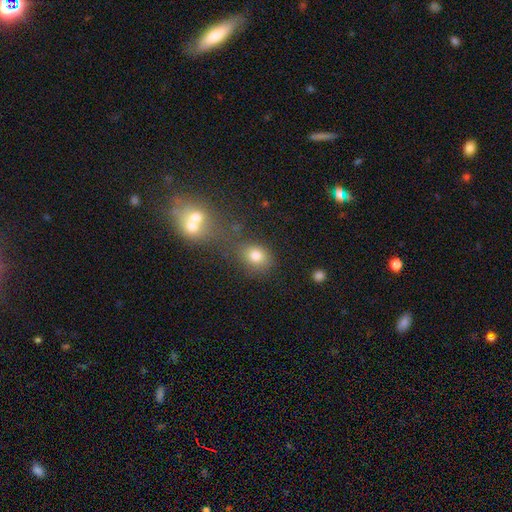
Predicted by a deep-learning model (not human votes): Smooth or featured: smooth — 79% (star or artifact — 13%)
How rounded: round — 54% (in between — 45%)
Merging: none — 61% (merger — 17%)